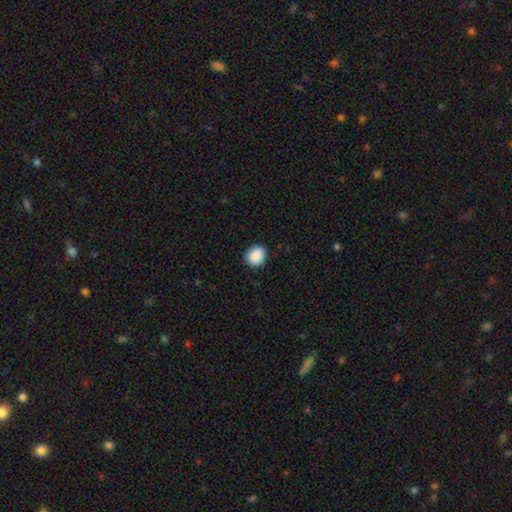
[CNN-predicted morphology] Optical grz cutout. It shows a smooth galaxy with no disk features (89%) that is round (74%). Merging: none (86%).